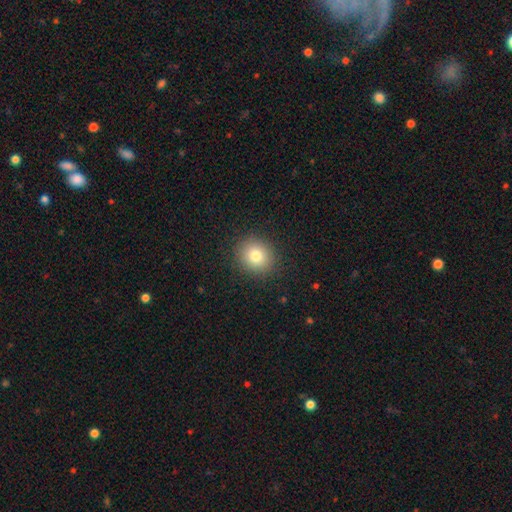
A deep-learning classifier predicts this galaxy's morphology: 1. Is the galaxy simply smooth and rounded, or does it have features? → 81% smooth, 11% star or artifact, 8% featured or disk.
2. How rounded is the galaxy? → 82% round, 18% in between, 1% cigar-shaped.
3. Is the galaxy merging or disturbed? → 90% none, 7% minor disturbance, 2% major disturbance, 1% merger.